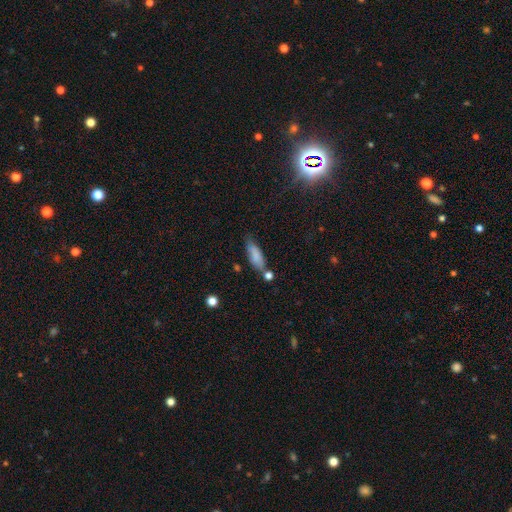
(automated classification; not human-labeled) Morphology: type=smooth (81%); roundness=in between (56%); merging=none (57%).